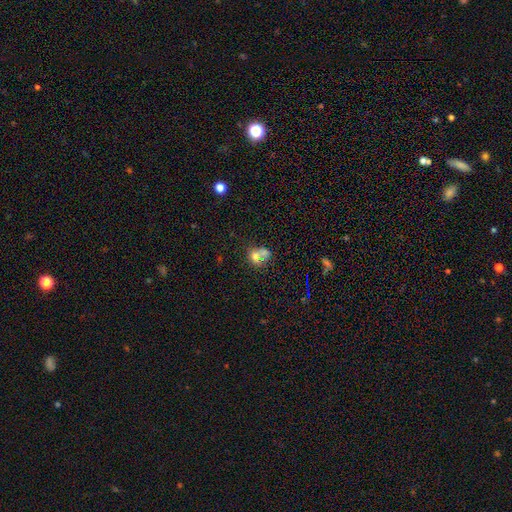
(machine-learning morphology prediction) Smooth or featured: smooth — 64% (featured or disk — 21%)
How rounded: round — 55% (in between — 44%)
Merging: merger — 52% (none — 31%)